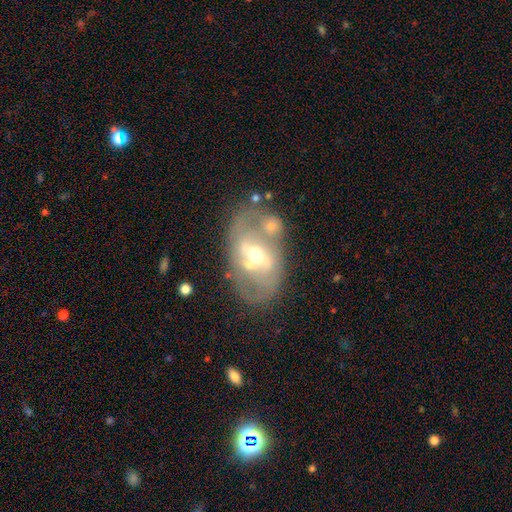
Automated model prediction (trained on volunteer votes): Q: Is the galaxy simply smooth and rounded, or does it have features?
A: featured or disk — 73%.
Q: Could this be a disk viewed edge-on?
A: no — 94%.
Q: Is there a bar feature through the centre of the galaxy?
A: weak — 37%.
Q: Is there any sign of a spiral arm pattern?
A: no — 51%.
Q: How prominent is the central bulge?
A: moderate — 61%.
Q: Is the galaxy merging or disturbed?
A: none — 55%.